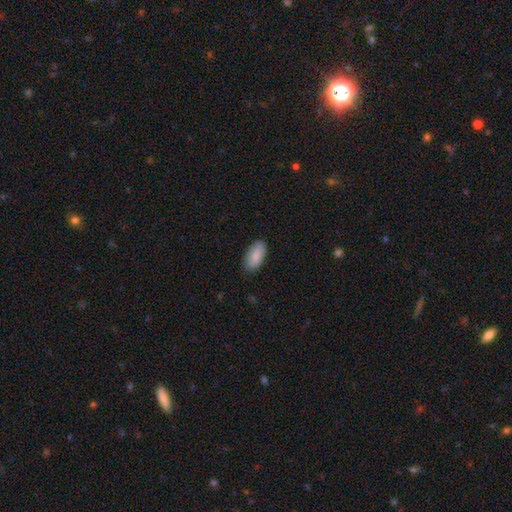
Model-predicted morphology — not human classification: smooth 88%, featured or disk 6%, star or artifact 6%. Down the decision tree: how rounded — in between (93%); merging — none (86%).